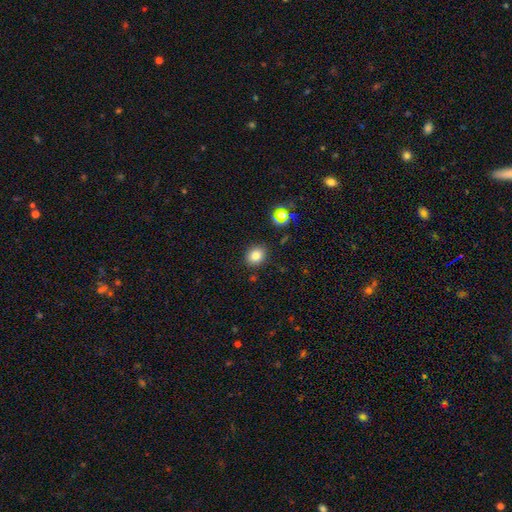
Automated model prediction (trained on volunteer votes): Smooth or featured? Predicted: smooth (p=0.79). How rounded? Predicted: round (p=0.62). Merging? Predicted: none (p=0.86).